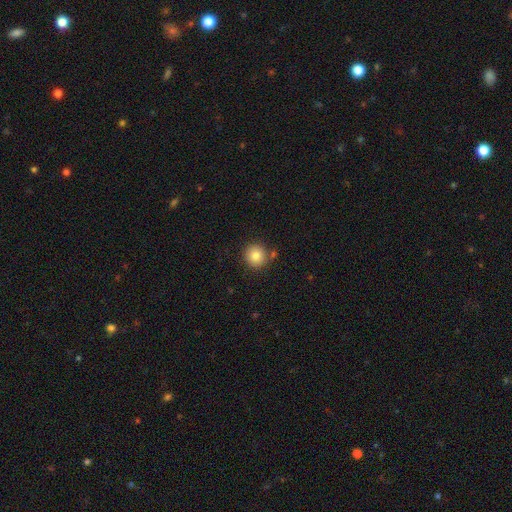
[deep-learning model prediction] Smooth or featured: smooth — 82% (star or artifact — 10%)
How rounded: round — 93% (in between — 6%)
Merging: none — 82% (minor disturbance — 9%)